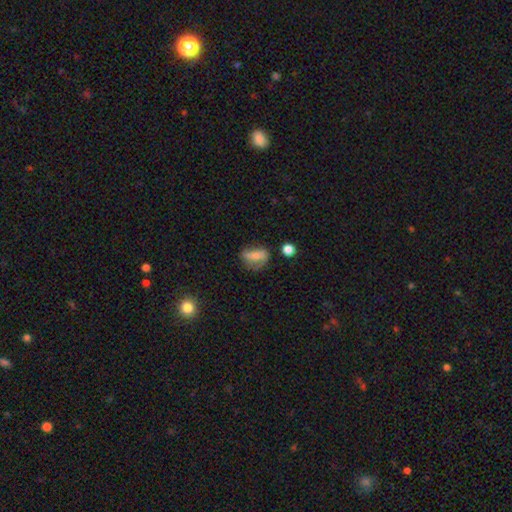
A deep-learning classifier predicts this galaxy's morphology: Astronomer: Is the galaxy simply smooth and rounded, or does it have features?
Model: smooth — 50% (runner-up: featured or disk, 40%).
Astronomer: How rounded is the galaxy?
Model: in between — 67%.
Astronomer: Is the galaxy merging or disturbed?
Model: none — 50% (runner-up: minor disturbance, 28%).